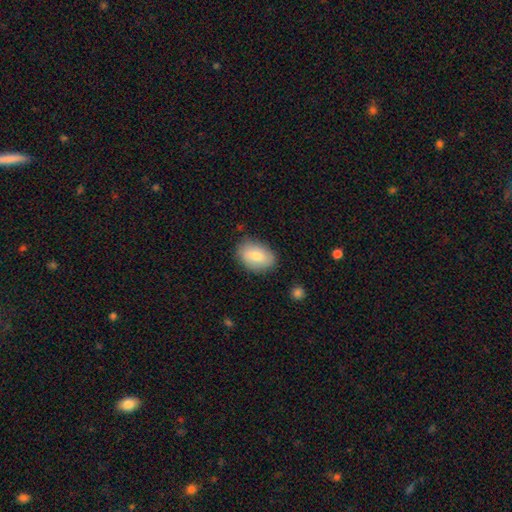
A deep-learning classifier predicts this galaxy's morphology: Overall: smooth (77%). How rounded: in between (85%). Merging: none (82%).